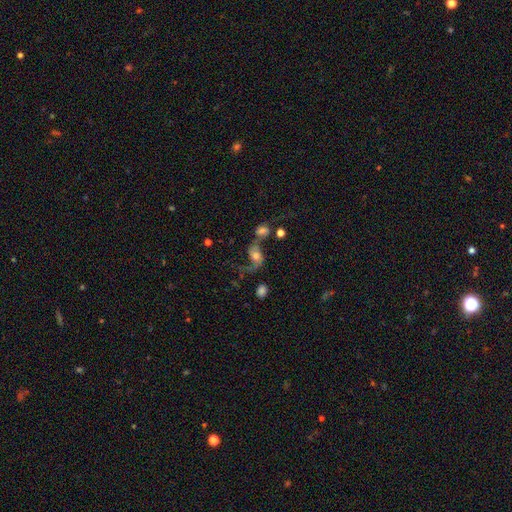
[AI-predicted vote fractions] Smooth or featured: featured or disk — 61% (smooth — 28%)
Edge-on disk: no — 96% (yes — 4%)
Bar: no — 68% (weak — 25%)
Spiral arms: yes — 85% (no — 15%)
Bulge size: moderate — 55% (large — 23%)
Merging: merger — 40% (none — 26%)